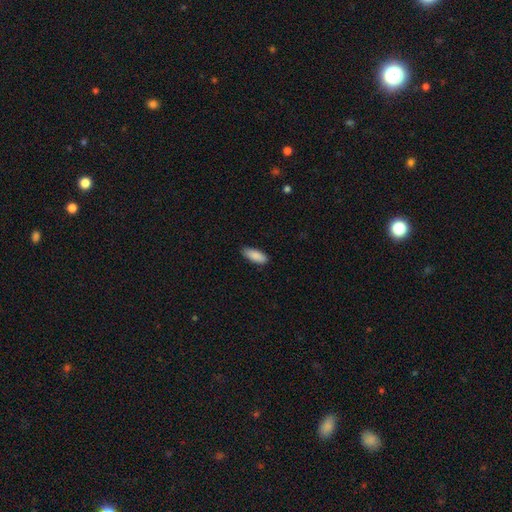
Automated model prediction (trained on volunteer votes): Morphology: type=smooth (90%); roundness=in between (79%); merging=none (83%).